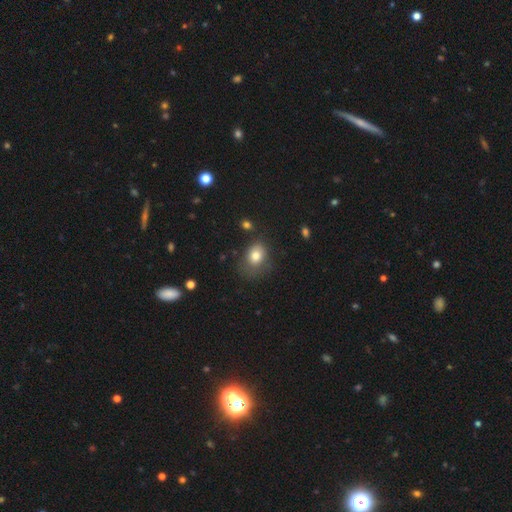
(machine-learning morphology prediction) A smooth galaxy with no disk features (79%) that is in between round and cigar-shaped (60%). Merging: none (54%).